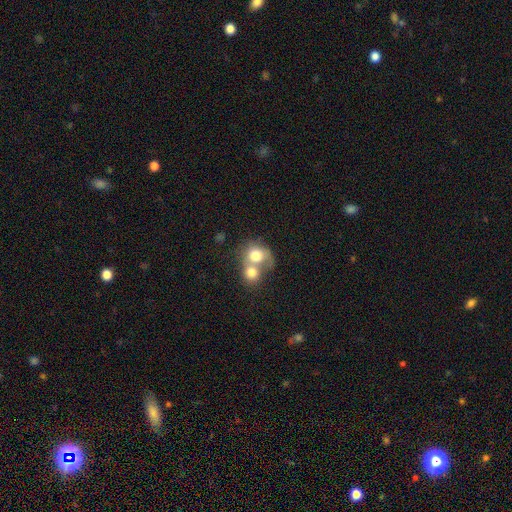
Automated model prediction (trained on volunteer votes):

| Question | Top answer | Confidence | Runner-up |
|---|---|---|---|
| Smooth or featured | smooth | 72% | featured or disk (20%) |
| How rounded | round | 67% | in between (32%) |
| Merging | merger | 72% | none (17%) |